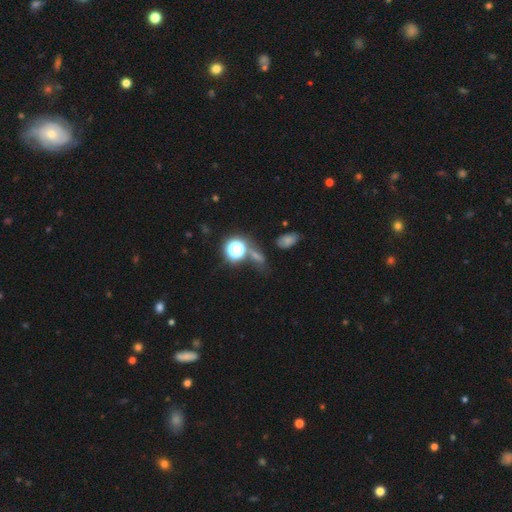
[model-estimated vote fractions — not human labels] smooth-or-featured: star or artifact: 55% | smooth: 33% | featured or disk: 12%